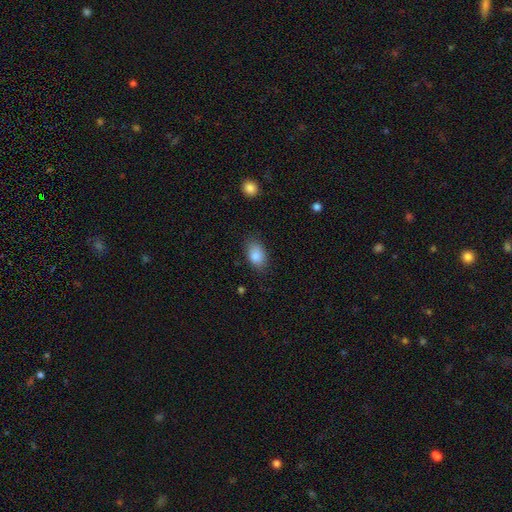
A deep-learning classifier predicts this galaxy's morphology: Smooth or featured?
  - smooth: 85% *
  - star or artifact: 8%
  - featured or disk: 7%
How rounded?
  - in between: 86% *
  - round: 13%
  - cigar-shaped: 2%
Merging?
  - none: 77% *
  - minor disturbance: 17%
  - major disturbance: 4%
  - merger: 1%